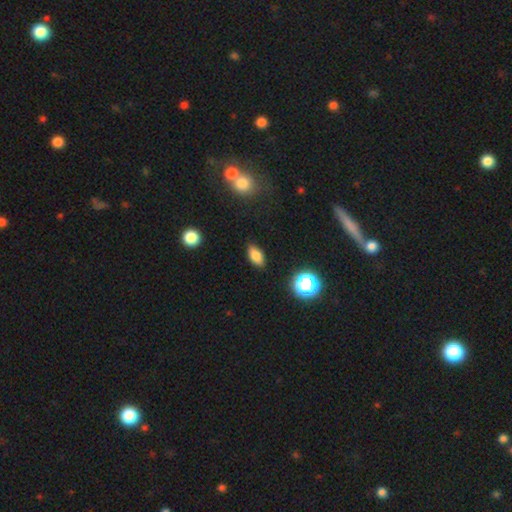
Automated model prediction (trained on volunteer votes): smooth 80%, star or artifact 11%, featured or disk 9%. Down the decision tree: how rounded — in between (87%); merging — none (86%).